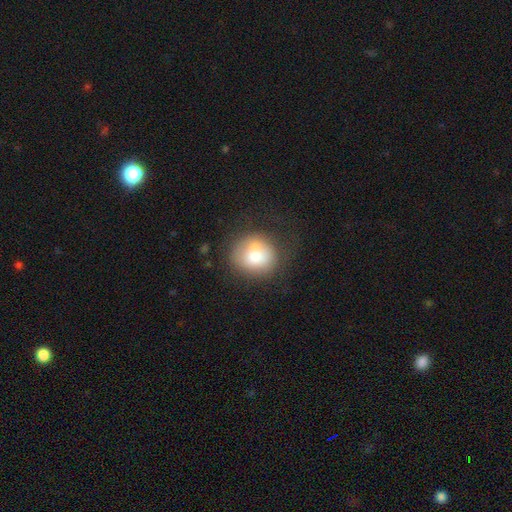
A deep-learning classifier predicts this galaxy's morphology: Smooth or featured? Predicted: smooth (p=0.73). How rounded? Predicted: round (p=0.82). Merging? Predicted: none (p=0.54).